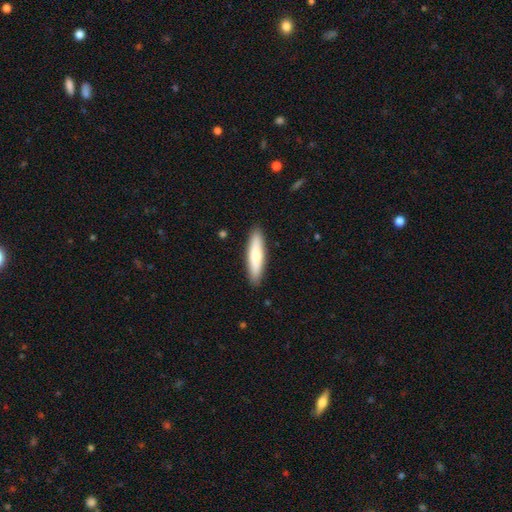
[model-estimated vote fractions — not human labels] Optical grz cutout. It shows a smooth galaxy with no disk features (74%) that is cigar-shaped (76%). Merging: none (89%).